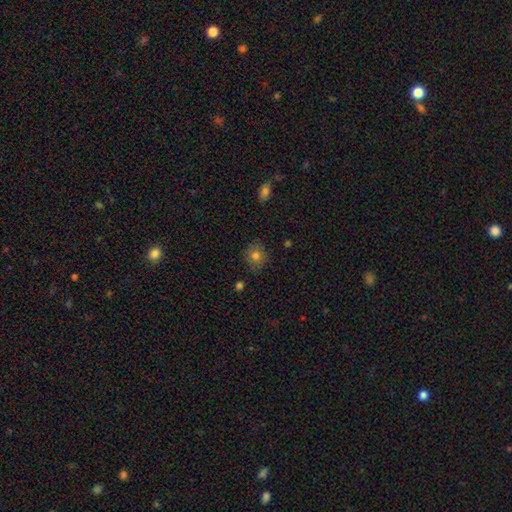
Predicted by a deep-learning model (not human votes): smooth_or_featured: smooth (p=0.78) [alt: star or artifact p=0.12]
how_rounded: round (p=0.77) [alt: in between p=0.22]
merging: none (p=0.83) [alt: minor disturbance p=0.13]